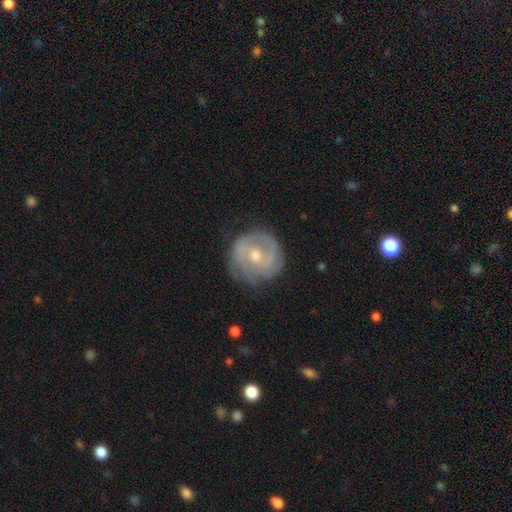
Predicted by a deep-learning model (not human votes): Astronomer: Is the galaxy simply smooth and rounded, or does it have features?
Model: featured or disk — 76%.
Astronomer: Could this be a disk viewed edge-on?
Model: no — 98%.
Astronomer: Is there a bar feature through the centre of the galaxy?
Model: no — 51% (runner-up: weak, 41%).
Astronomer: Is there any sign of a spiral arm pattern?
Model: yes — 86%.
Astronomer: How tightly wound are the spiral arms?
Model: tight — 63%.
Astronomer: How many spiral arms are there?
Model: can't tell — 35% (runner-up: 2, 34%).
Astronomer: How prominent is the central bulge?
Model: moderate — 69%.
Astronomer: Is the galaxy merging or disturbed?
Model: none — 72%.